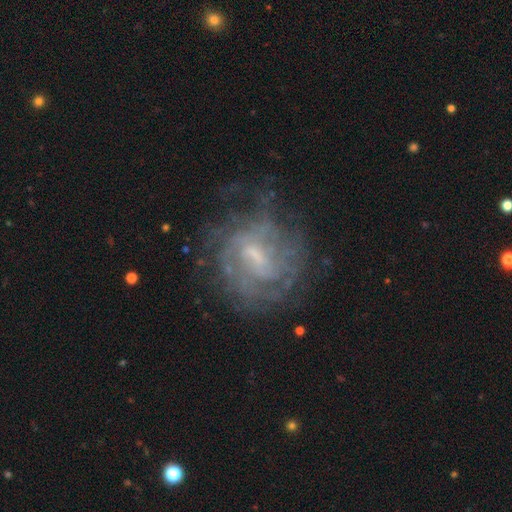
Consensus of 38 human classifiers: Volunteers were most divided on "bulge size": small: 48%, none: 31%, moderate: 21%, dominant: 0%, large: 0%. Remaining: edge-on disk — no (91%); smooth or featured — featured or disk (84%); spiral arms — yes (79%); spiral winding — tight (74%); spiral arm count — can't tell (74%); bar — weak (59%); merging — none (49%).